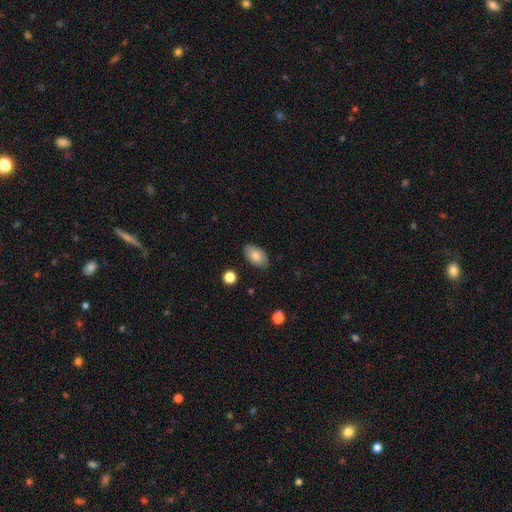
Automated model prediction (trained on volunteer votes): Smooth or featured? Predicted: smooth (p=0.79). How rounded? Predicted: in between (p=0.93). Merging? Predicted: none (p=0.83).